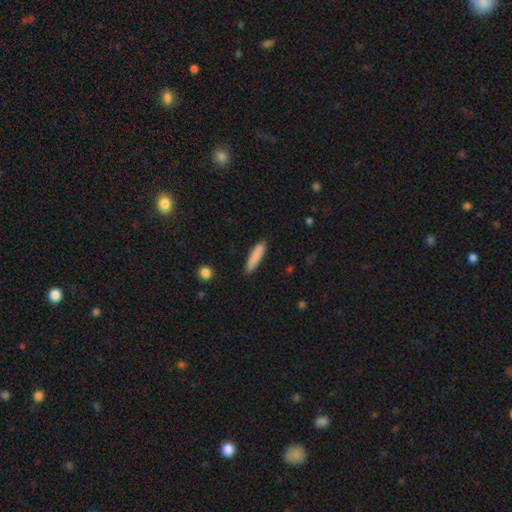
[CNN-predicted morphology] The model was most divided on "how rounded": cigar-shaped: 80%, in between: 19%, round: 1%. More confident: merging — none (87%); smooth or featured — smooth (86%).